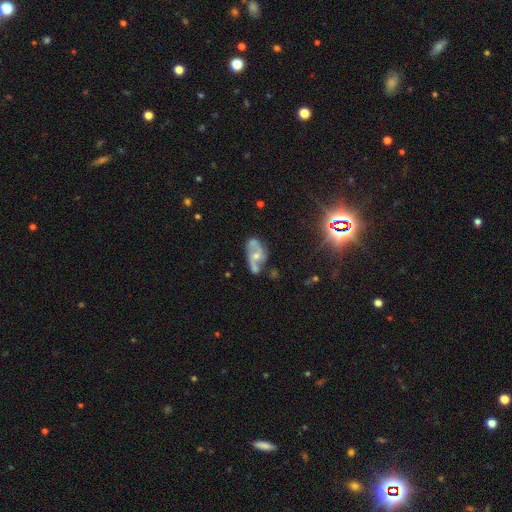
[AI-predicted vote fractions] A featured or disk galaxy (73%) with no bar (63%), 2 (75%) loose (50%) spiral arms (79%) and a moderate central bulge (51%). Merging: none (46%).